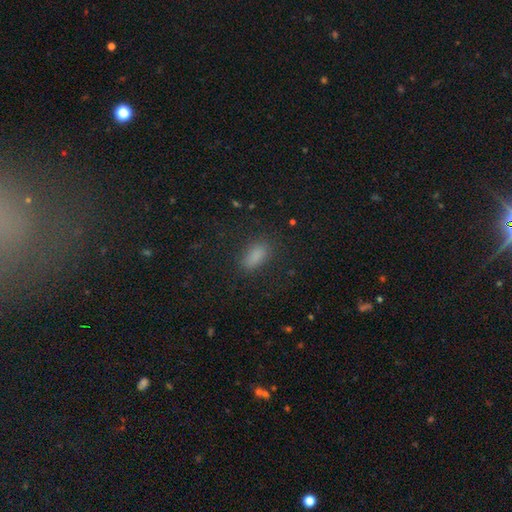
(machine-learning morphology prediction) smooth-or-featured: smooth: 83% | star or artifact: 12% | featured or disk: 5%
  how-rounded: in between: 85% | cigar-shaped: 11% | round: 5%
  merging: none: 82% | minor disturbance: 11% | major disturbance: 5% | merger: 1%